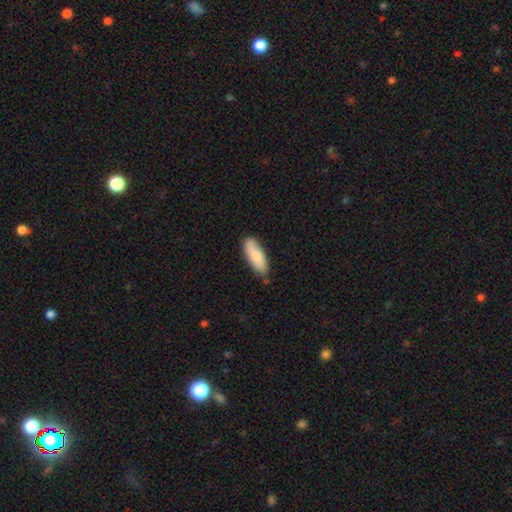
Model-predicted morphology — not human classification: smooth 82%, featured or disk 12%, star or artifact 6%. Down the decision tree: how rounded — in between (68%); merging — none (77%).